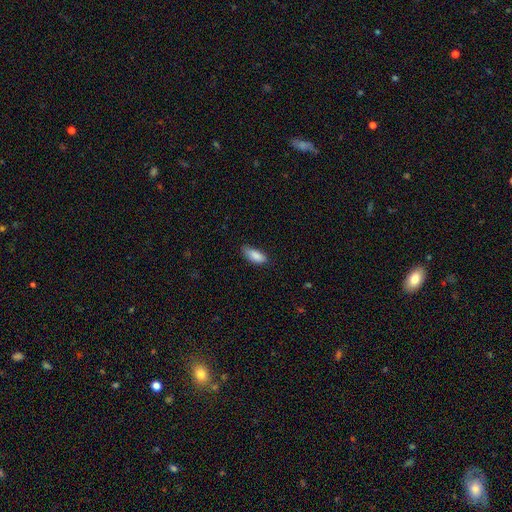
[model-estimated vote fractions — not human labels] Overall: smooth (88%). How rounded: in between (82%). Merging: none (69%).